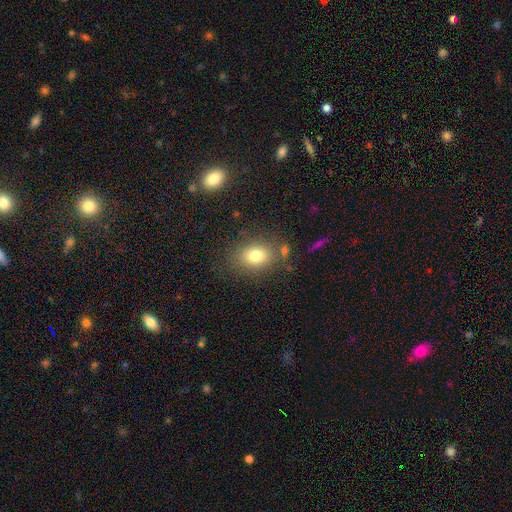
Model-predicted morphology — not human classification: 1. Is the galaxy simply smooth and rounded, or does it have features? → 79% smooth, 11% star or artifact, 11% featured or disk.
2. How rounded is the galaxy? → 63% in between, 35% round, 1% cigar-shaped.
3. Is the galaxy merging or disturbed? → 77% none, 13% minor disturbance, 5% merger, 5% major disturbance.